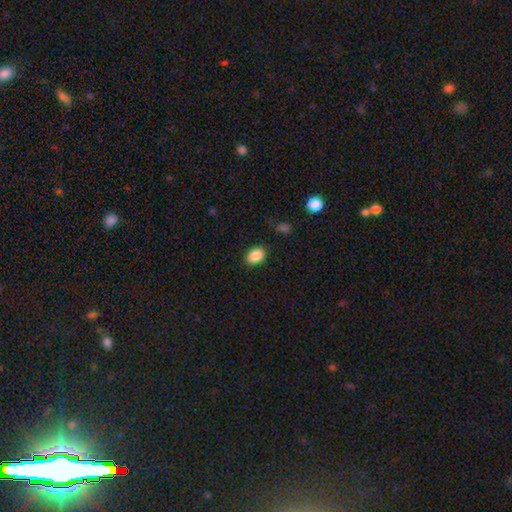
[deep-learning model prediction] This appears to be a smooth galaxy with no disk features (88%) that is in between round and cigar-shaped (79%). Merging: none (85%).